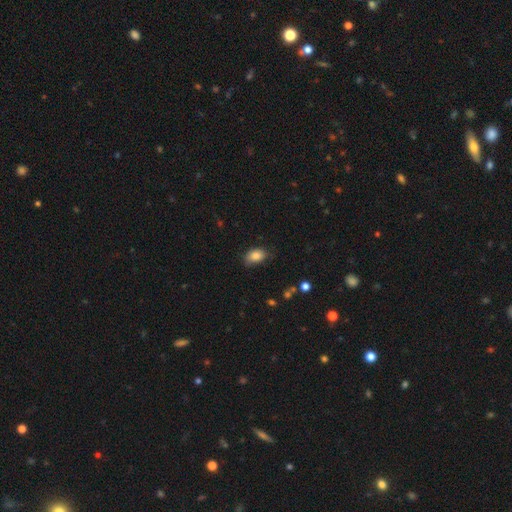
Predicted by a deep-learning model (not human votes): Morphology: type=smooth (85%); roundness=in between (85%); merging=none (70%).